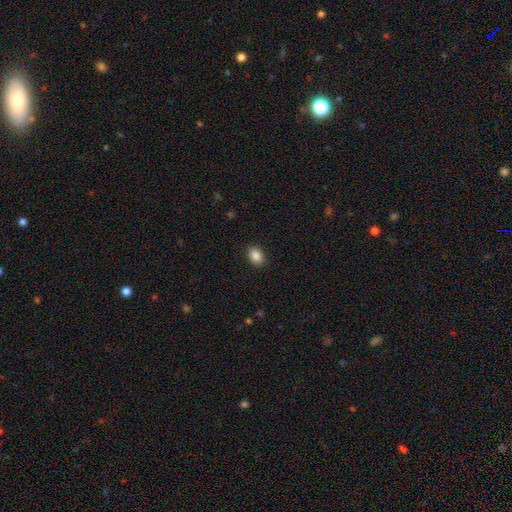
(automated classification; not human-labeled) Q: Smooth or featured?
A: smooth (88%); runner-up: star or artifact (9%)
Q: How rounded?
A: in between (72%); runner-up: round (27%)
Q: Merging?
A: none (90%); runner-up: minor disturbance (7%)